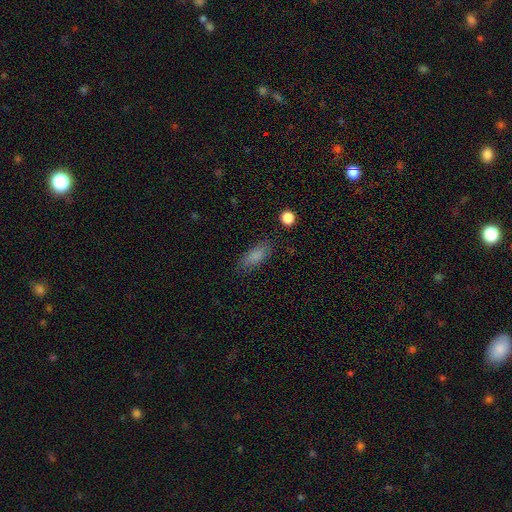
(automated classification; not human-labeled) smooth-or-featured: smooth: 82% | star or artifact: 10% | featured or disk: 8%
  how-rounded: in between: 78% | cigar-shaped: 19% | round: 3%
  merging: none: 80% | minor disturbance: 14% | major disturbance: 4% | merger: 2%